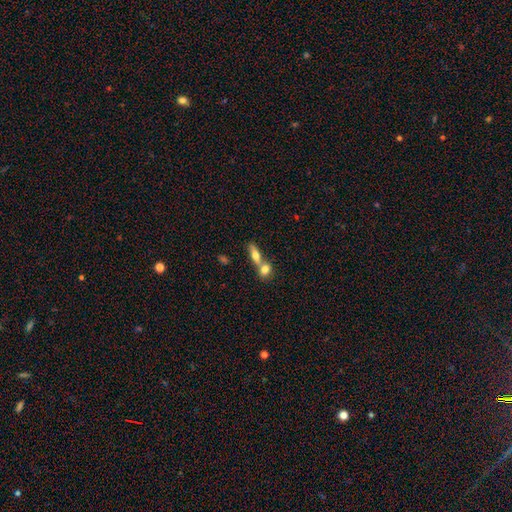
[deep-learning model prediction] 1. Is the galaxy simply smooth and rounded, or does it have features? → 66% smooth, 26% featured or disk, 8% star or artifact.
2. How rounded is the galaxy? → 58% in between, 31% cigar-shaped, 11% round.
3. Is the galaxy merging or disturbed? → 58% merger, 32% none, 7% minor disturbance, 3% major disturbance.